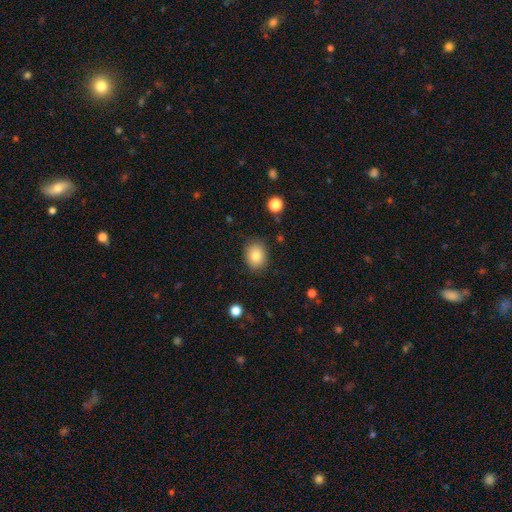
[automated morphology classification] smooth_or_featured: smooth (p=0.83) [alt: star or artifact p=0.09]
how_rounded: round (p=0.53) [alt: in between p=0.46]
merging: none (p=0.85) [alt: minor disturbance p=0.11]